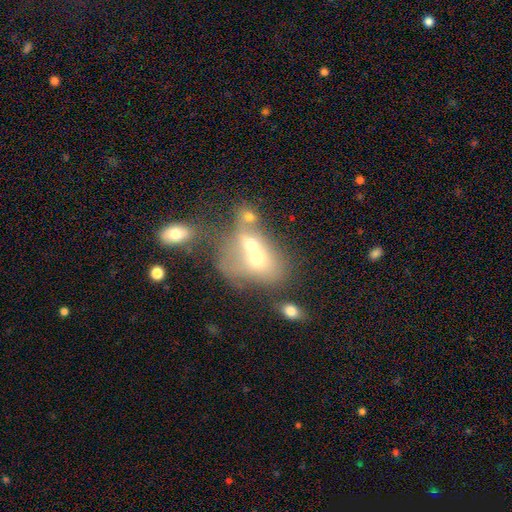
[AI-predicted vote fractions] Q: Smooth or featured?
A: smooth (44%); runner-up: featured or disk (39%)
Q: Merging?
A: merger (65%); runner-up: none (18%)